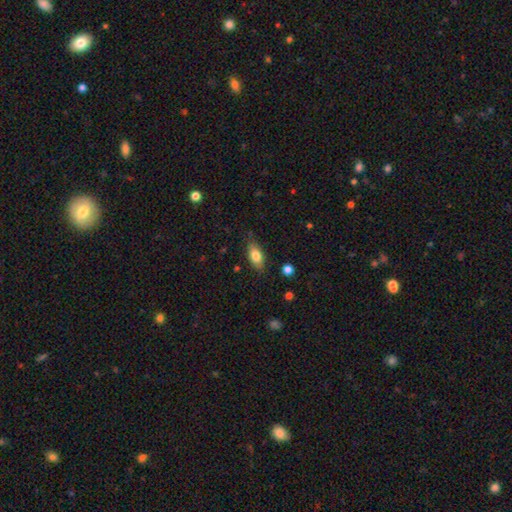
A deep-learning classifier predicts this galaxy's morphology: The model was most divided on "smooth or featured": smooth: 79%, featured or disk: 14%, star or artifact: 7%. More confident: how rounded — in between (86%); merging — none (80%).